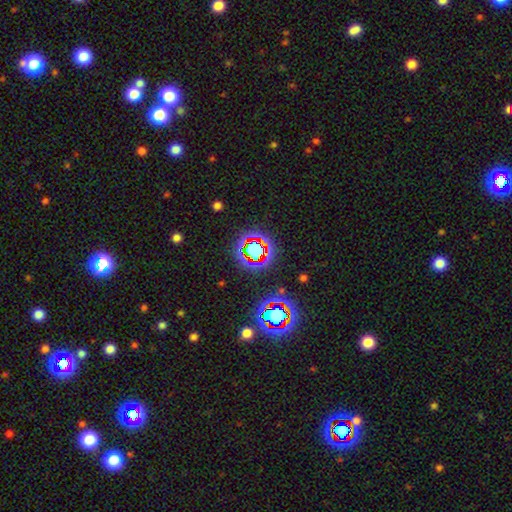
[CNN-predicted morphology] The model was most divided on "smooth or featured": star or artifact: 58%, smooth: 26%, featured or disk: 16%.